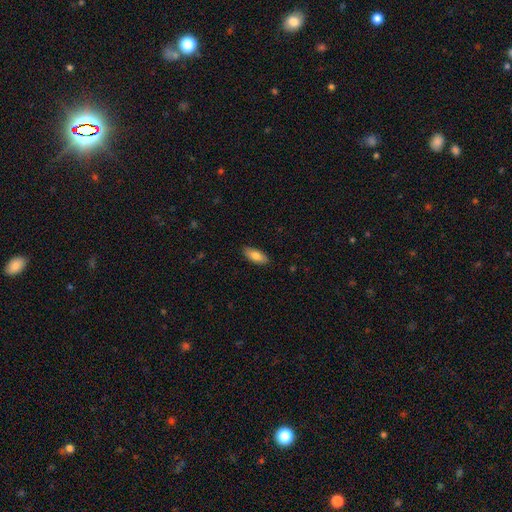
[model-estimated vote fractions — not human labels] Overall: smooth (81%). How rounded: in between (81%). Merging: none (88%).